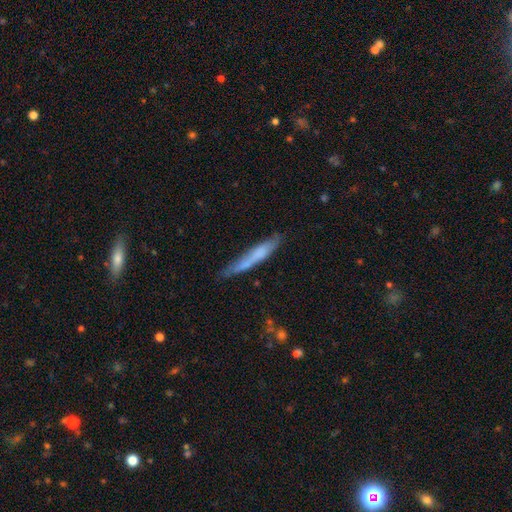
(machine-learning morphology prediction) A smooth galaxy with no disk features (60%) that is cigar-shaped (93%).

Vote fractions:
- Smooth or featured? smooth: 60% / featured or disk: 33% / star or artifact: 7%
- How rounded? cigar-shaped: 93% / in between: 6% / round: 1%
- Merging? none: 64% / minor disturbance: 25% / major disturbance: 7% / merger: 4%